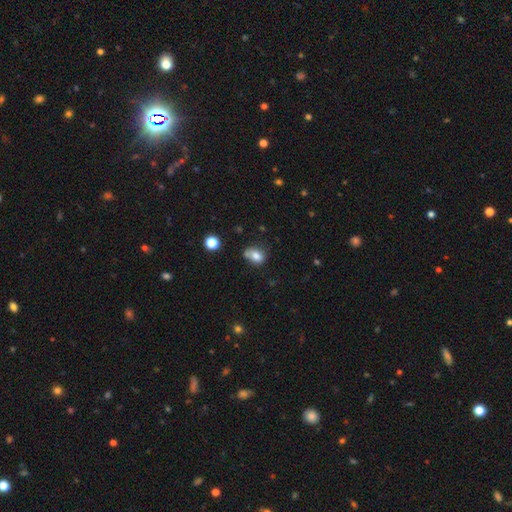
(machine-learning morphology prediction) Q: Smooth or featured?
A: smooth (77%); runner-up: featured or disk (12%)
Q: How rounded?
A: in between (63%); runner-up: round (36%)
Q: Merging?
A: none (43%); runner-up: minor disturbance (25%)